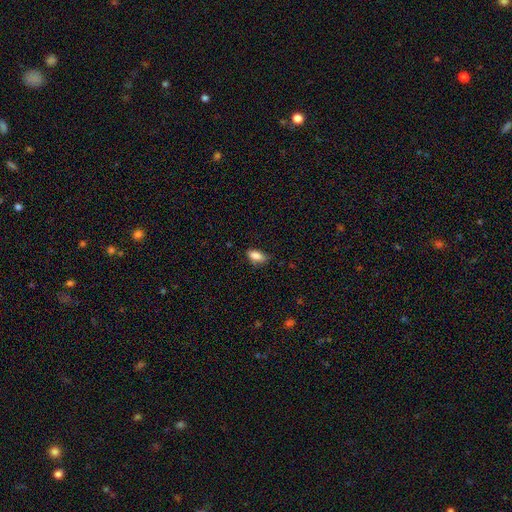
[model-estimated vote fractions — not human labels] A smooth galaxy with no disk features (85%) that is in between round and cigar-shaped (87%).

Vote fractions:
- Smooth or featured? smooth: 85% / star or artifact: 8% / featured or disk: 7%
- How rounded? in between: 87% / cigar-shaped: 10% / round: 4%
- Merging? none: 66% / minor disturbance: 26% / major disturbance: 6% / merger: 2%